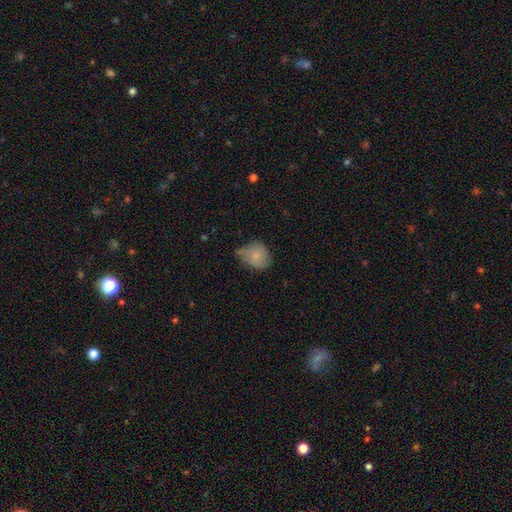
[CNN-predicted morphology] smooth 75%, featured or disk 16%, star or artifact 9%. Down the decision tree: how rounded — round (67%); merging — none (48%).